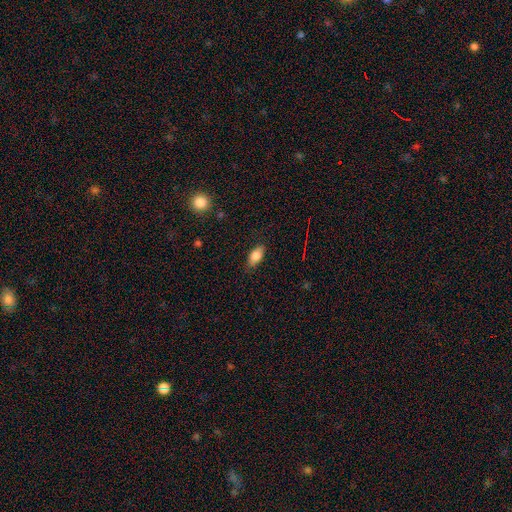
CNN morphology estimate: A smooth galaxy with no disk features (82%) that is in between round and cigar-shaped (87%).

Vote fractions:
- Smooth or featured? smooth: 82% / featured or disk: 11% / star or artifact: 8%
- How rounded? in between: 87% / cigar-shaped: 9% / round: 4%
- Merging? none: 82% / minor disturbance: 14% / major disturbance: 3% / merger: 1%